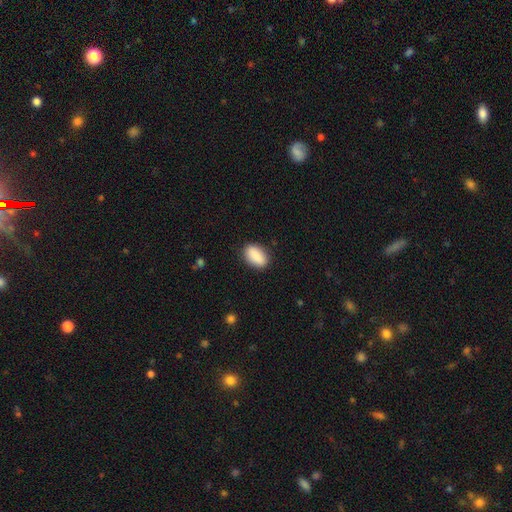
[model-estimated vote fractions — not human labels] Smooth or featured: smooth — 89% (star or artifact — 7%)
How rounded: in between — 91% (round — 6%)
Merging: none — 86% (minor disturbance — 10%)